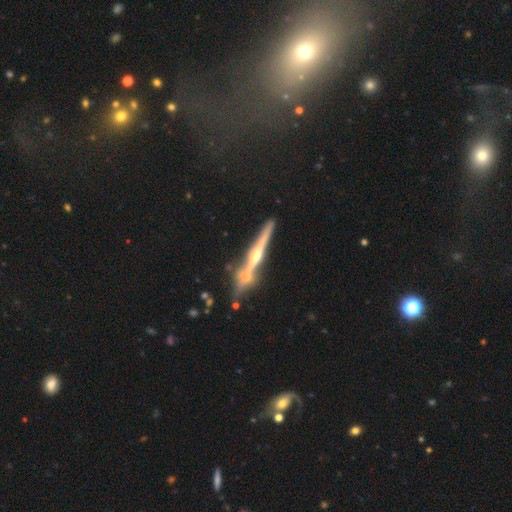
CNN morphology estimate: A featured or disk galaxy (75%) viewed edge-on (94%) with a rounded central bulge (78%).

Vote fractions:
- Smooth or featured? featured or disk: 75% / smooth: 17% / star or artifact: 8%
- Edge-on disk? yes: 94% / no: 6%
- Edge-on bulge? rounded: 78% / none: 15% / boxy: 7%
- Merging? none: 53% / merger: 27% / minor disturbance: 14% / major disturbance: 6%